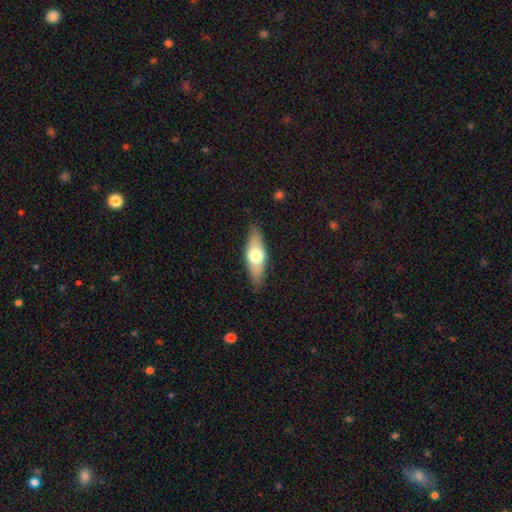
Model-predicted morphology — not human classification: type=smooth (52%); roundness=in between (53%); merging=none (85%).